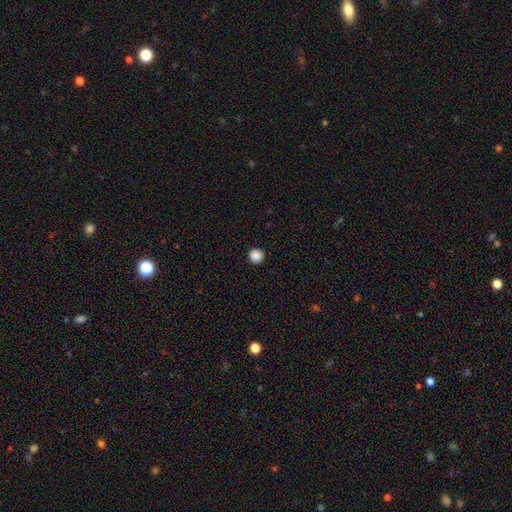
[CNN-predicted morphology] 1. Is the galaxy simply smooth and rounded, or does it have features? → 88% smooth, 10% star or artifact, 2% featured or disk.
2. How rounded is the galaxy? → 96% round, 3% in between, 1% cigar-shaped.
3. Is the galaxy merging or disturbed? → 94% none, 4% minor disturbance, 2% major disturbance, 1% merger.